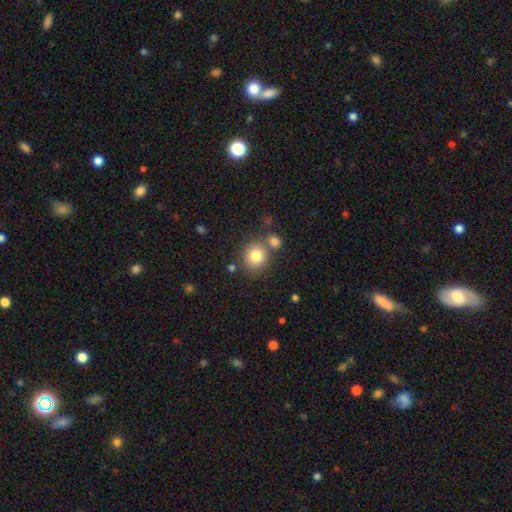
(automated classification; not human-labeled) The model was most divided on "merging": none: 68%, merger: 18%, minor disturbance: 10%, major disturbance: 4%. More confident: how rounded — round (84%); smooth or featured — smooth (80%).